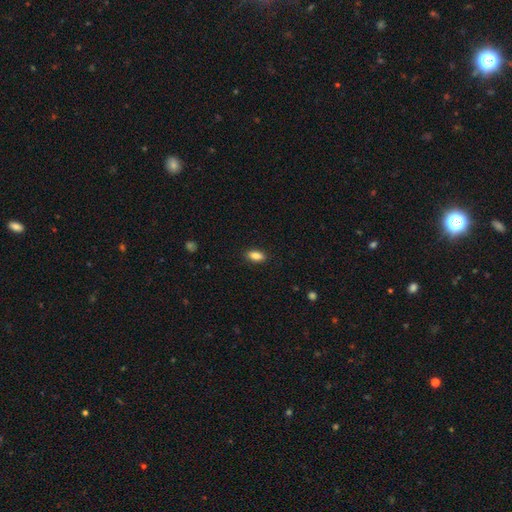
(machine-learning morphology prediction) smooth-or-featured: smooth: 86% | star or artifact: 8% | featured or disk: 6%
  how-rounded: in between: 88% | cigar-shaped: 8% | round: 4%
  merging: none: 88% | minor disturbance: 9% | major disturbance: 2% | merger: 1%